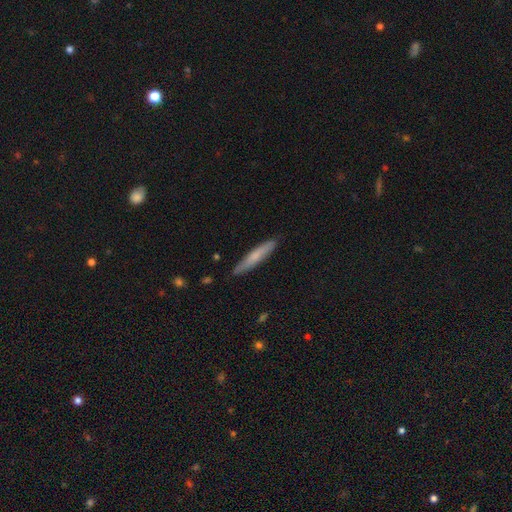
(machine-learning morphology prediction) This is likely a smooth galaxy (66%). How rounded: clearly cigar-shaped (93%). Merging: clearly none (87%).